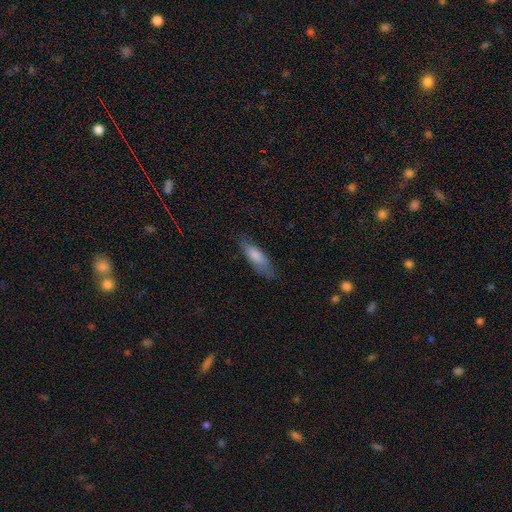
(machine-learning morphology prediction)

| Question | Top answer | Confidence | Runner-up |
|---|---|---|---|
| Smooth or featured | smooth | 78% | featured or disk (16%) |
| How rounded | in between | 50% | cigar-shaped (49%) |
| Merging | none | 72% | minor disturbance (21%) |